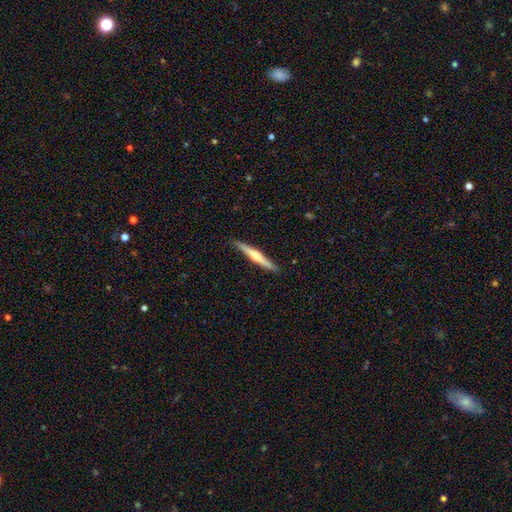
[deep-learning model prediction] This appears to be a featured or disk galaxy (59%) viewed edge-on (98%) with a rounded central bulge (71%). Merging: none (90%).